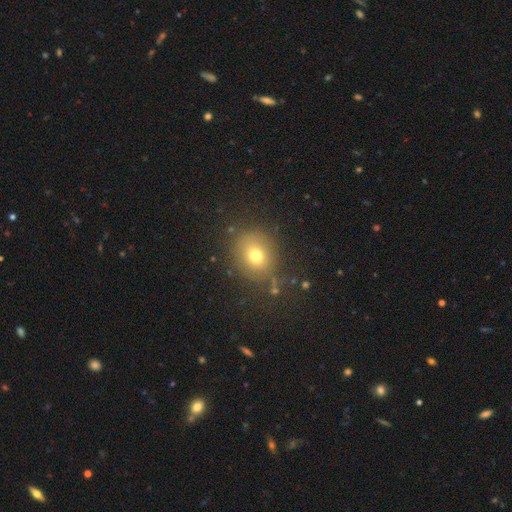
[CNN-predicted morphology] smooth 70%, star or artifact 17%, featured or disk 13%. Down the decision tree: how rounded — round (66%); merging — none (78%).